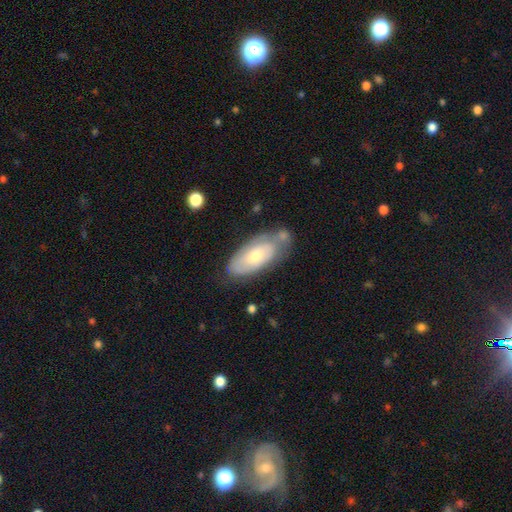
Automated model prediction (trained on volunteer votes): Overall: featured or disk (48%; smooth 46%). Merging: none (55%; minor disturbance 24%).